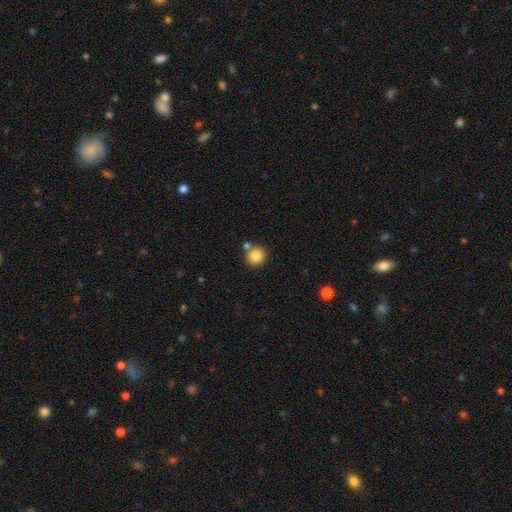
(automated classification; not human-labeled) Overall: smooth (85%). How rounded: round (89%). Merging: none (72%).